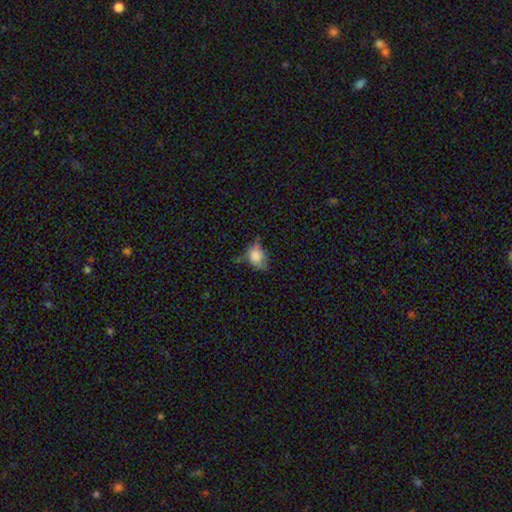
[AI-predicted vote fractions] Smooth or featured?
  - smooth: 74% *
  - featured or disk: 16%
  - star or artifact: 11%
How rounded?
  - in between: 65% *
  - round: 32%
  - cigar-shaped: 2%
Merging?
  - none: 44% *
  - minor disturbance: 36%
  - major disturbance: 15%
  - merger: 5%